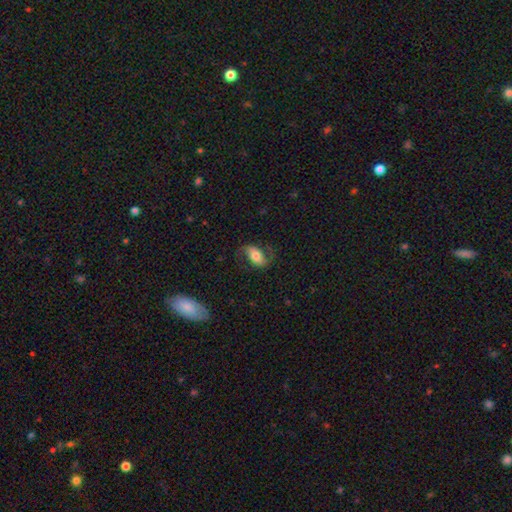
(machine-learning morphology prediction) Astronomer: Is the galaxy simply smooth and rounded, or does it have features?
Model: featured or disk — 63%.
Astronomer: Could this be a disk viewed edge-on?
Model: no — 95%.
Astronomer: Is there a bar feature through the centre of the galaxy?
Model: no — 44% (runner-up: weak, 31%).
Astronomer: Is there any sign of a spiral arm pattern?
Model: yes — 90%.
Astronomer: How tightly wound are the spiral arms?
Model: loose — 59%.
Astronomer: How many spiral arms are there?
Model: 2 — 90%.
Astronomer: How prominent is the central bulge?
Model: moderate — 55%.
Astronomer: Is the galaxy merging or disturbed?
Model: none — 68%.